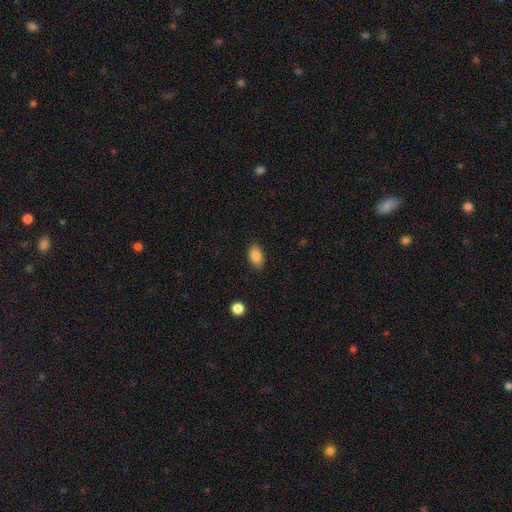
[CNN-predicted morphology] smooth_or_featured: smooth (p=0.87) [alt: star or artifact p=0.08]
how_rounded: in between (p=0.91) [alt: round p=0.07]
merging: none (p=0.86) [alt: minor disturbance p=0.10]